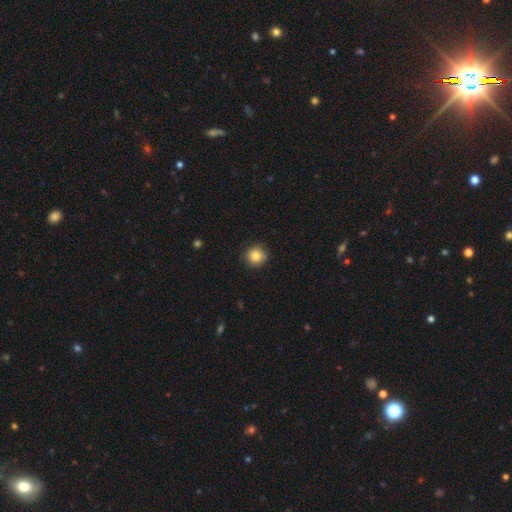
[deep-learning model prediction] Overall: smooth (84%). How rounded: round (92%). Merging: none (87%).